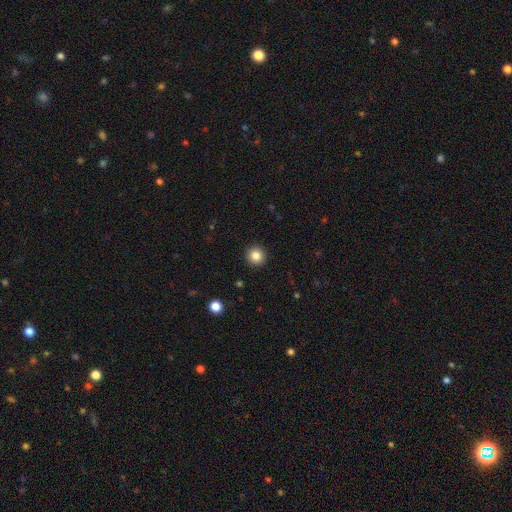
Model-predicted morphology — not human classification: Overall: smooth (85%). How rounded: round (95%). Merging: none (93%).